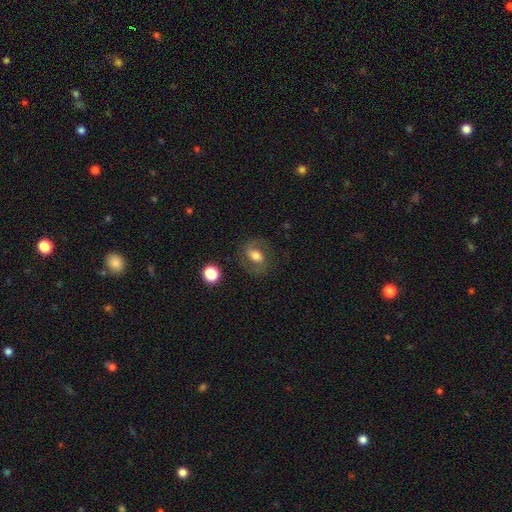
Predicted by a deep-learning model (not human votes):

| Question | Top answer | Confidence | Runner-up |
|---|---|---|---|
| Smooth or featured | featured or disk | 61% | smooth (30%) |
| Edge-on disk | no | 96% | yes (4%) |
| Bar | weak | 43% | no (34%) |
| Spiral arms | yes | 86% | no (14%) |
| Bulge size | moderate | 56% | large (27%) |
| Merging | none | 75% | minor disturbance (14%) |